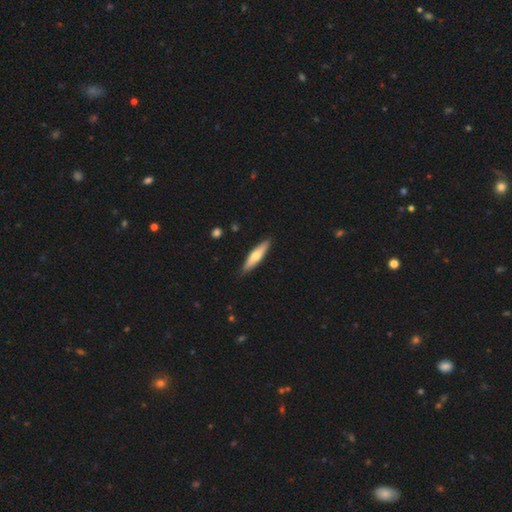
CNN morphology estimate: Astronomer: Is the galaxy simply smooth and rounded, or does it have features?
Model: smooth — 60% (runner-up: featured or disk, 35%).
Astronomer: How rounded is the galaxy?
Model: cigar-shaped — 75%.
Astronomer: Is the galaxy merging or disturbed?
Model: none — 88%.